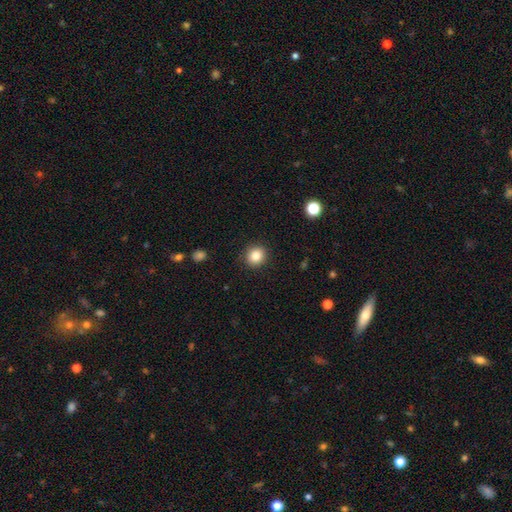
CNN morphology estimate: Q: Smooth or featured?
A: smooth (84%); runner-up: star or artifact (10%)
Q: How rounded?
A: round (87%); runner-up: in between (12%)
Q: Merging?
A: none (90%); runner-up: minor disturbance (7%)